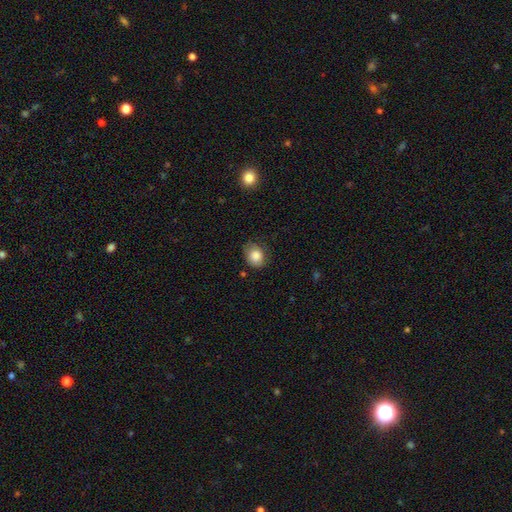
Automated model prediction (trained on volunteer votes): Overall: smooth (85%). How rounded: round (55%; in between 44%). Merging: none (68%).